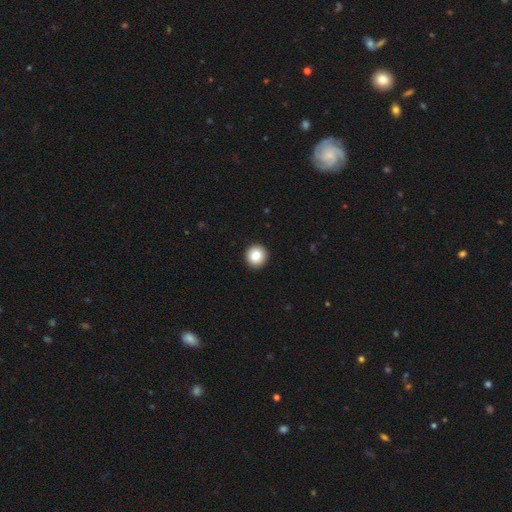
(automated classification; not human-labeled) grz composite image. It shows a smooth galaxy with no disk features (84%) that is round (95%). Merging: none (94%).